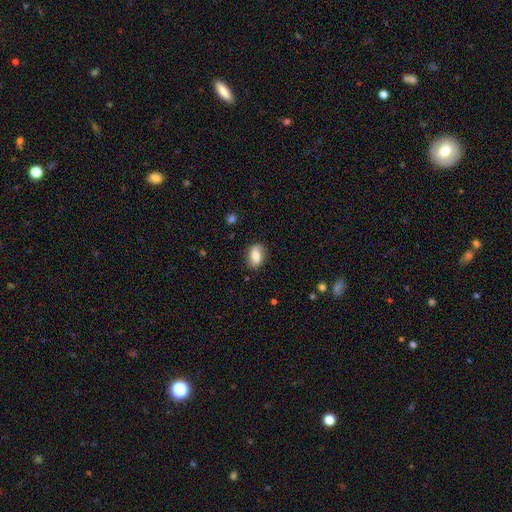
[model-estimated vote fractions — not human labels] Smooth or featured?
  - smooth: 69% *
  - featured or disk: 23%
  - star or artifact: 8%
How rounded?
  - in between: 80% *
  - round: 15%
  - cigar-shaped: 5%
Merging?
  - none: 81% *
  - minor disturbance: 14%
  - major disturbance: 3%
  - merger: 1%